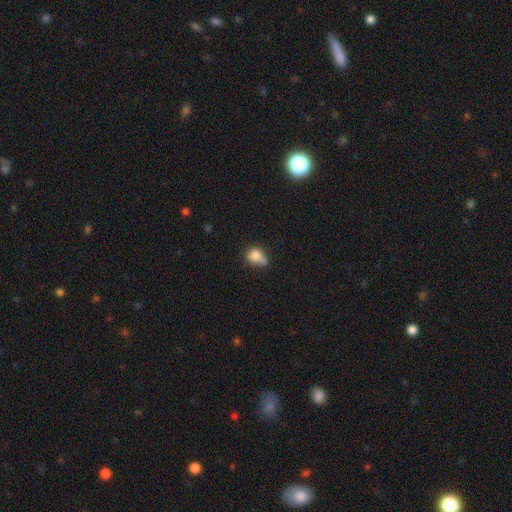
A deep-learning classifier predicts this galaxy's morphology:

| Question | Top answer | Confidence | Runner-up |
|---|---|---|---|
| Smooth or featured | smooth | 77% | featured or disk (12%) |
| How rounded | round | 65% | in between (33%) |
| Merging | none | 37% | merger (27%) |